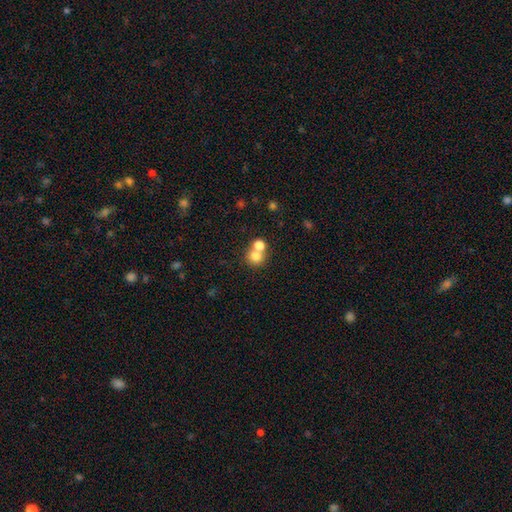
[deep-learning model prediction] A smooth galaxy with no disk features (77%) that is round (85%). Merging: merger (50%).